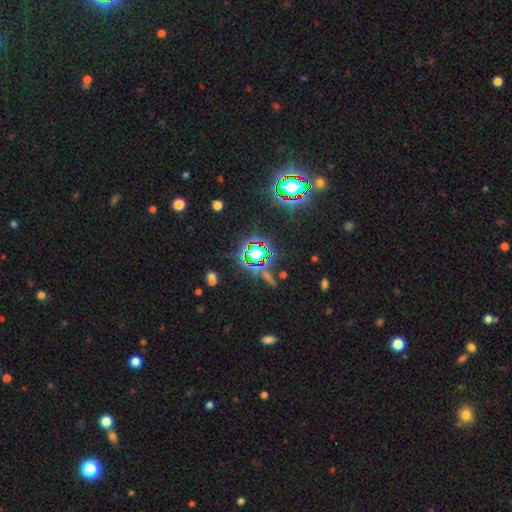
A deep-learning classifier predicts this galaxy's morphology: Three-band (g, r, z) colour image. It shows a star or artifact, not a galaxy (69%).